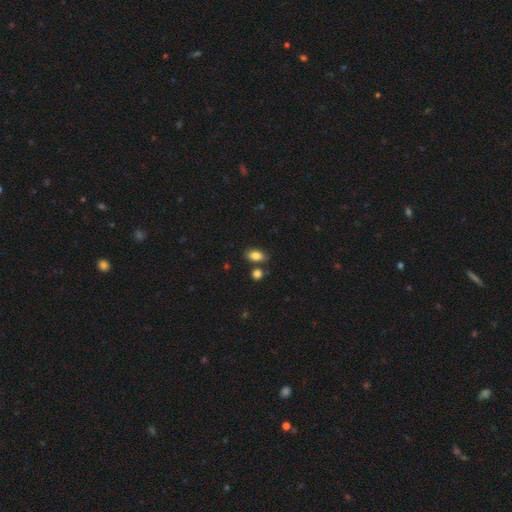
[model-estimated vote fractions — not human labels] This is clearly a smooth galaxy (83%). How rounded: clearly in between (88%). Merging: likely none (75%).